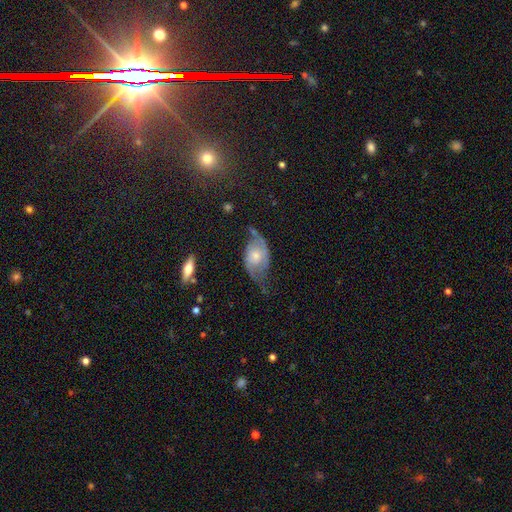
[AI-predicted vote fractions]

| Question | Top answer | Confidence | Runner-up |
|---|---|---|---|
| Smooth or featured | featured or disk | 72% | smooth (21%) |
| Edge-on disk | no | 94% | yes (6%) |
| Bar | no | 70% | weak (24%) |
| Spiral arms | yes | 88% | no (12%) |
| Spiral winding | loose | 50% | medium (35%) |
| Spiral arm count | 2 | 87% | can't tell (6%) |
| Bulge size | small | 49% | moderate (40%) |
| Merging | none | 47% | minor disturbance (28%) |